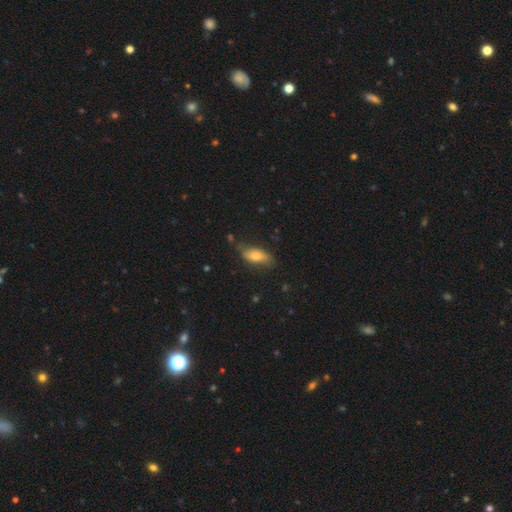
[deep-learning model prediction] A smooth galaxy with no disk features (65%) that is in between round and cigar-shaped (78%). Merging: none (64%).